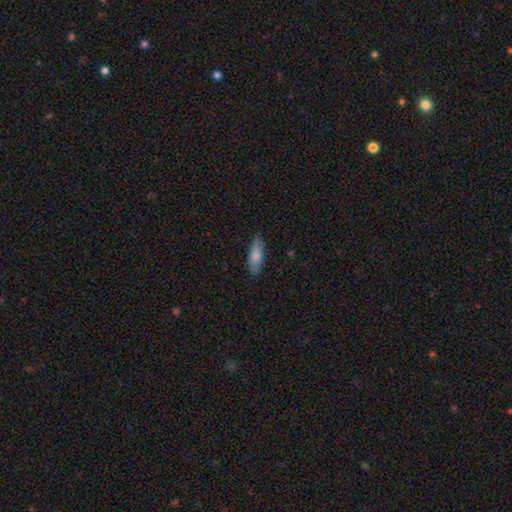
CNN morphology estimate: Smooth or featured? Predicted: smooth (p=0.76). How rounded? Predicted: in between (p=0.61). Merging? Predicted: none (p=0.84).